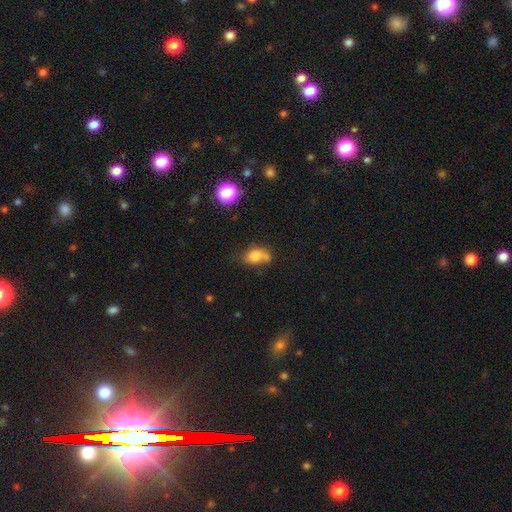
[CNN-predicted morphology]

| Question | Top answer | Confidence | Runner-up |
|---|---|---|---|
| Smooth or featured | smooth | 76% | featured or disk (12%) |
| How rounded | in between | 70% | round (28%) |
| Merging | none | 41% | merger (28%) |